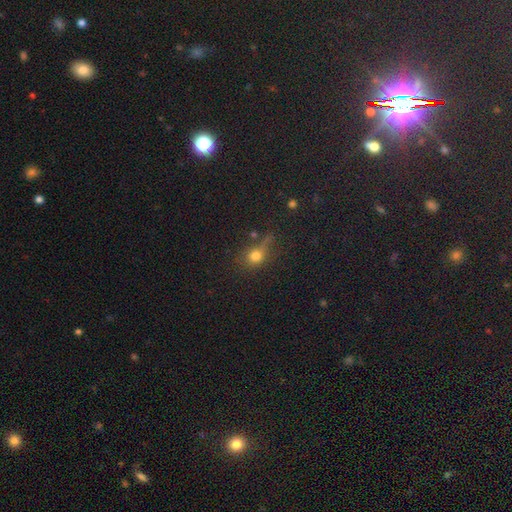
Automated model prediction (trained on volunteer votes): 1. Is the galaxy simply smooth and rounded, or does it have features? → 69% smooth, 19% star or artifact, 12% featured or disk.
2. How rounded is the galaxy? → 61% round, 34% in between, 5% cigar-shaped.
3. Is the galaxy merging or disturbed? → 51% none, 23% minor disturbance, 17% major disturbance, 10% merger.